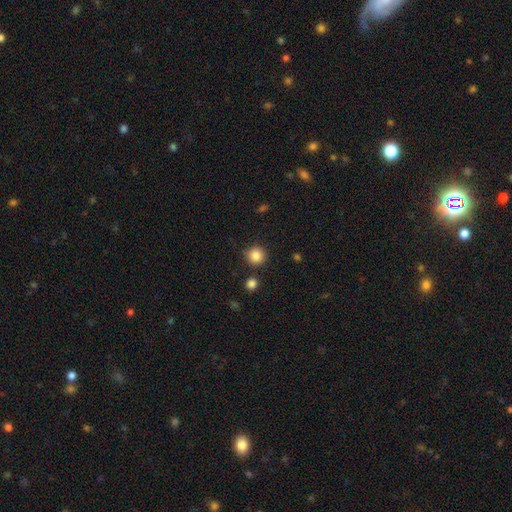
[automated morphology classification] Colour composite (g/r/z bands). It shows a smooth galaxy with no disk features (86%) that is round (94%). Merging: none (88%).